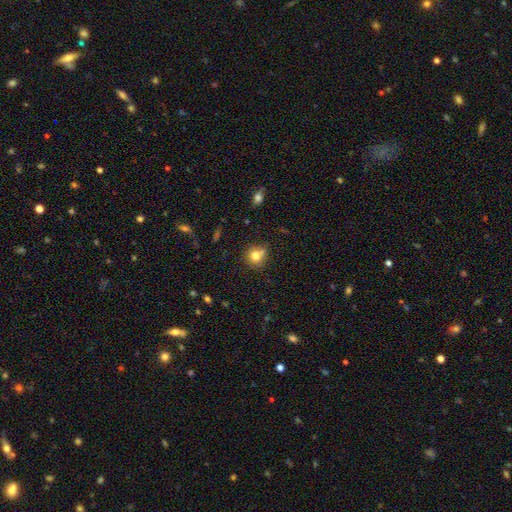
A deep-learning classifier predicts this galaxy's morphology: Smooth or featured? Predicted: smooth (p=0.77). How rounded? Predicted: round (p=0.86). Merging? Predicted: none (p=0.64).